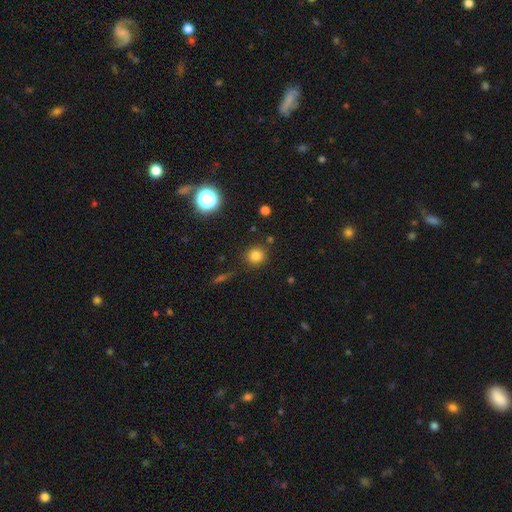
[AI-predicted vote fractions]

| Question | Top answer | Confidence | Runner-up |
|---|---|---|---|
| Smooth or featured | smooth | 80% | star or artifact (15%) |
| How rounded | round | 90% | in between (9%) |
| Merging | none | 86% | minor disturbance (8%) |